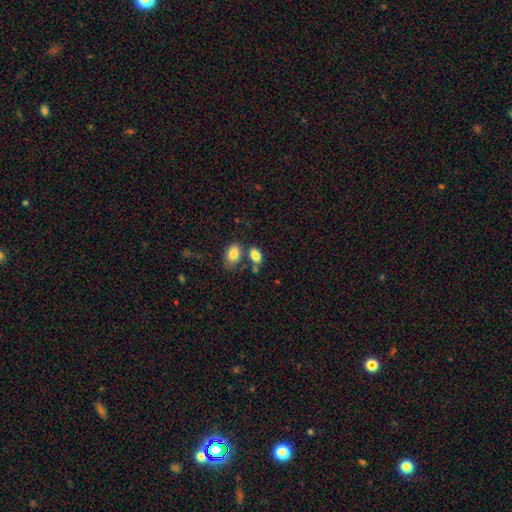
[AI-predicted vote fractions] Smooth or featured: smooth — 84% (star or artifact — 8%)
How rounded: in between — 88% (round — 10%)
Merging: none — 52% (merger — 30%)